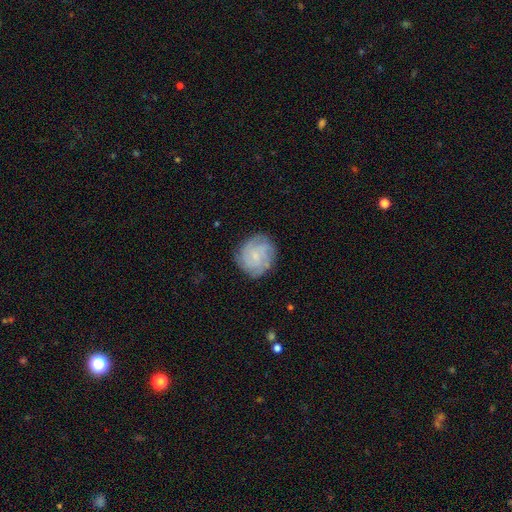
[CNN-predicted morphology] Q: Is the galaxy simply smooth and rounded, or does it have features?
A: featured or disk — 59%.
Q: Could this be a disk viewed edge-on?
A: no — 98%.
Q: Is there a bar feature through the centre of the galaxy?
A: no — 75%.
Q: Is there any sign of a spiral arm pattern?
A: yes — 90%.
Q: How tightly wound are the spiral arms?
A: tight — 59%.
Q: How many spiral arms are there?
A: can't tell — 37%.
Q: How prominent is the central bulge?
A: small — 72%.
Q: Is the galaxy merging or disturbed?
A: none — 79%.